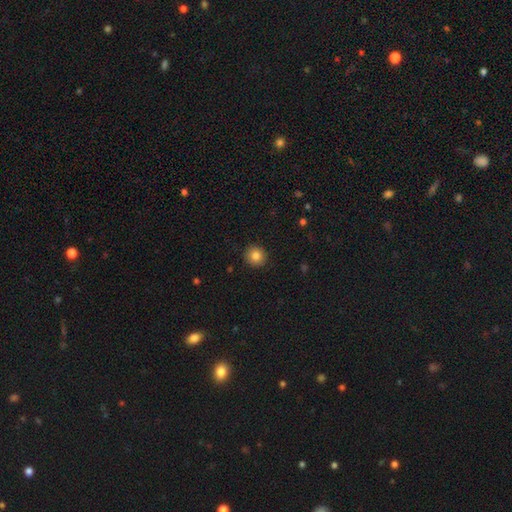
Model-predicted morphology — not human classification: A smooth galaxy with no disk features (85%) that is round (91%).

Vote fractions:
- Smooth or featured? smooth: 85% / star or artifact: 10% / featured or disk: 6%
- How rounded? round: 91% / in between: 8% / cigar-shaped: 1%
- Merging? none: 91% / minor disturbance: 6% / major disturbance: 2% / merger: 1%